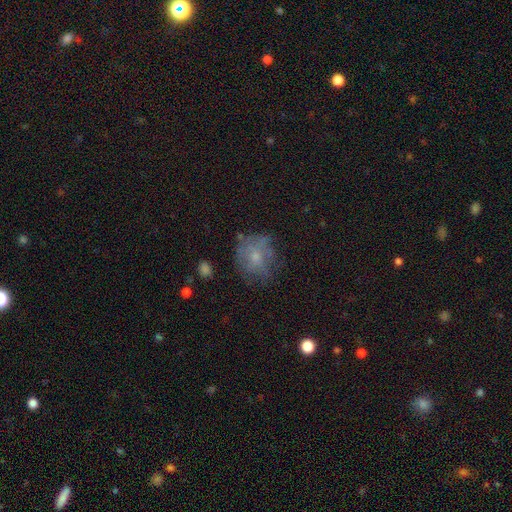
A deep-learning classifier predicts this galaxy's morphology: This is possibly a smooth galaxy (54%). How rounded: likely round (72%). Merging: possibly none (58%).